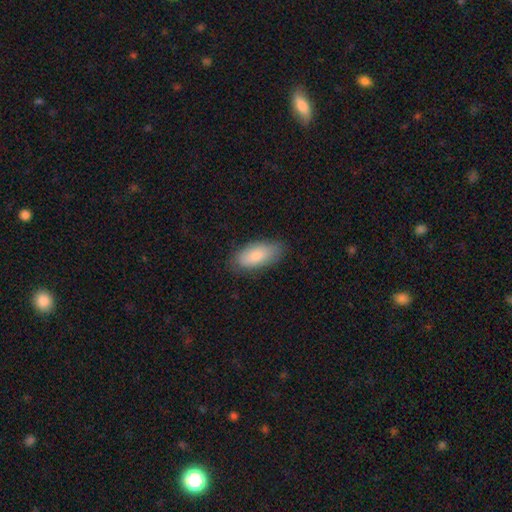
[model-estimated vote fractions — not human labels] Overall: smooth (82%). How rounded: in between (91%). Merging: none (79%).